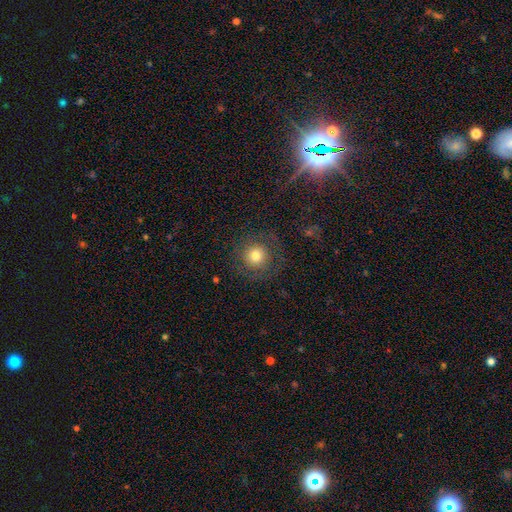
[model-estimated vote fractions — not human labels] A smooth galaxy with no disk features (71%) that is round (94%). Merging: none (80%).